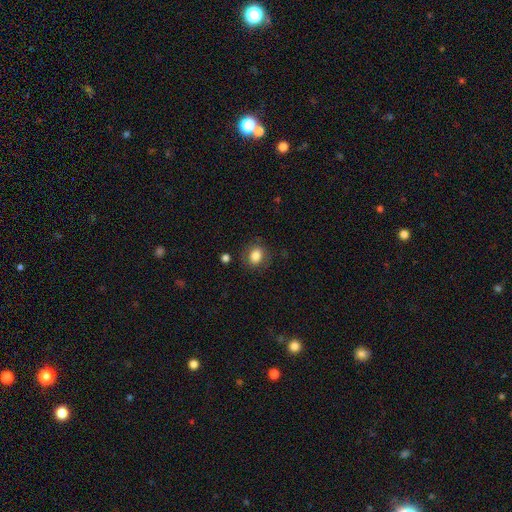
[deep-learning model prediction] Smooth or featured: smooth — 84% (star or artifact — 9%)
How rounded: in between — 53% (round — 46%)
Merging: none — 82% (minor disturbance — 12%)